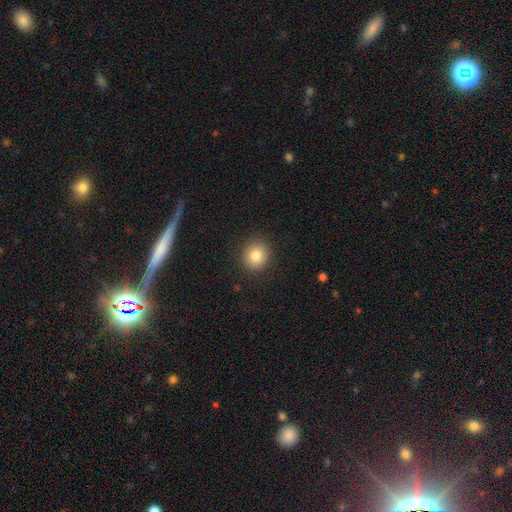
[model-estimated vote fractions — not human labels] Smooth or featured?
  - smooth: 84% *
  - star or artifact: 9%
  - featured or disk: 7%
How rounded?
  - round: 82% *
  - in between: 17%
  - cigar-shaped: 1%
Merging?
  - none: 90% *
  - minor disturbance: 7%
  - major disturbance: 2%
  - merger: 1%